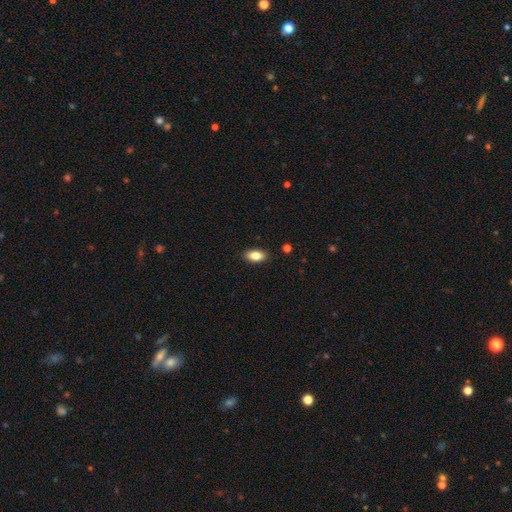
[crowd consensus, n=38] A smooth galaxy with no disk features (84%) that is in between round and cigar-shaped (91%). Merging: none (92%).